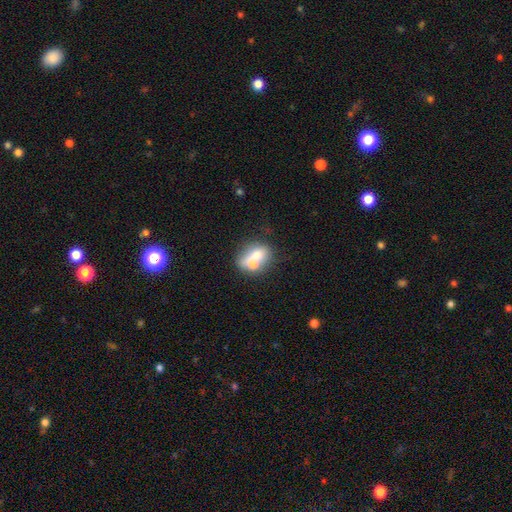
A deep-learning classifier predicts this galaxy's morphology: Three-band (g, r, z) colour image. It shows a smooth galaxy with no disk features (64%) that is in between round and cigar-shaped (57%). Merging: merger (57%).